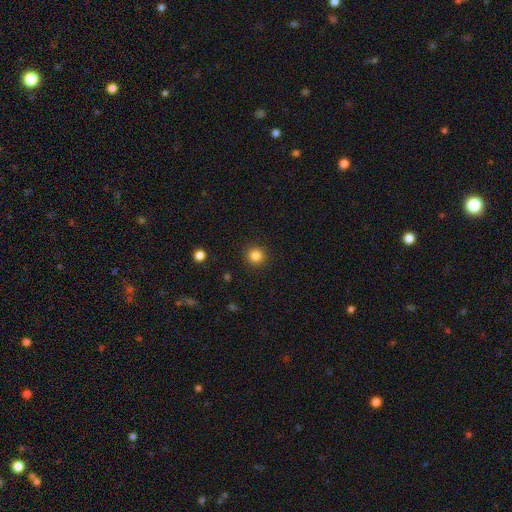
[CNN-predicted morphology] Overall: smooth (84%). How rounded: round (95%). Merging: none (91%).